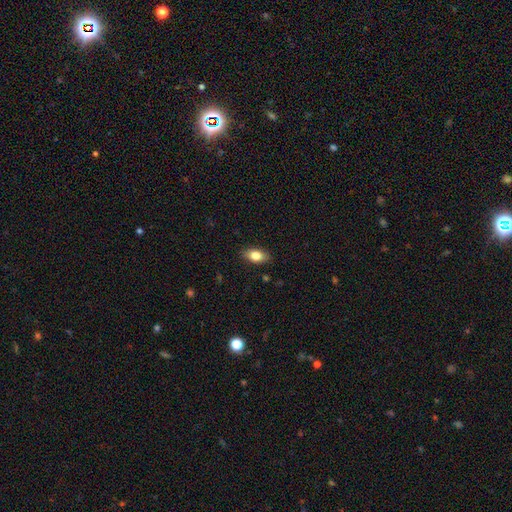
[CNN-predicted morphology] This appears to be a smooth galaxy with no disk features (81%) that is in between round and cigar-shaped (87%). Merging: none (87%).